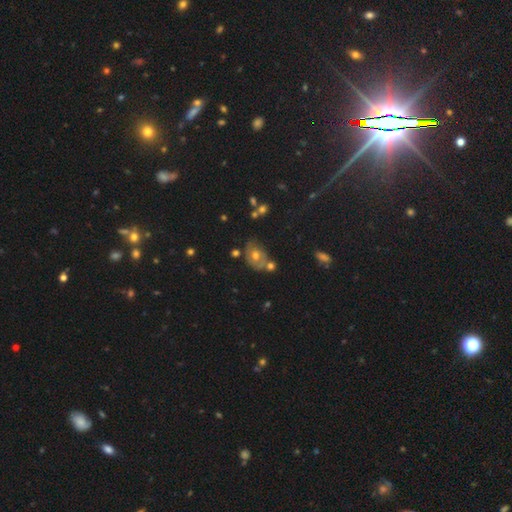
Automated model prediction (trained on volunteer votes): The model was most divided on "smooth or featured": smooth: 45%, featured or disk: 37%, star or artifact: 18%. More confident: merging — none (54%).